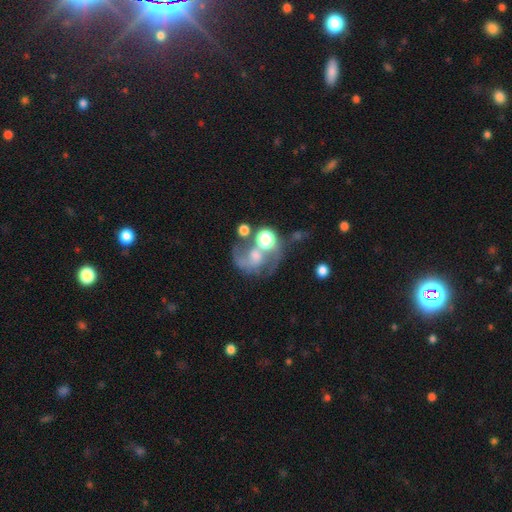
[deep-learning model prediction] Smooth or featured?
  - featured or disk: 65% *
  - smooth: 19%
  - star or artifact: 16%
Edge-on disk?
  - no: 98% *
  - yes: 2%
Bar?
  - no: 59% *
  - weak: 31%
  - strong: 10%
Spiral arms?
  - yes: 84% *
  - no: 16%
Spiral winding?
  - medium: 43% * (tied)
  - loose: 43% * (tied)
  - tight: 15%
Spiral arm count?
  - 2: 65% *
  - 1: 22%
  - can't tell: 8%
  - 3: 2%
  - 4: 1%
  - more than 4: 1%
Bulge size?
  - moderate: 40% *
  - small: 30%
  - none: 15%
  - large: 12%
  - dominant: 4%
Merging?
  - none: 35% *
  - merger: 28%
  - major disturbance: 23%
  - minor disturbance: 14%